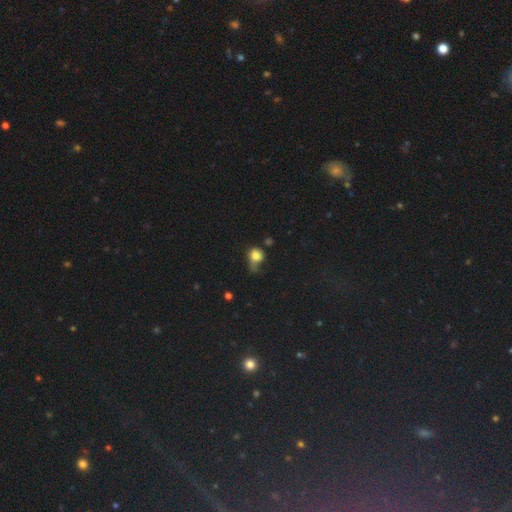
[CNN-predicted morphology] A smooth galaxy with no disk features (79%) that is round (70%). Merging: minor disturbance (32%).